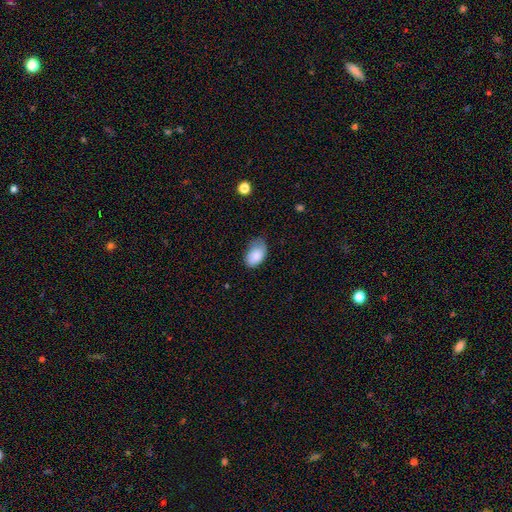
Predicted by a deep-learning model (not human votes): Morphology: type=smooth (86%); roundness=in between (91%); merging=none (54%).